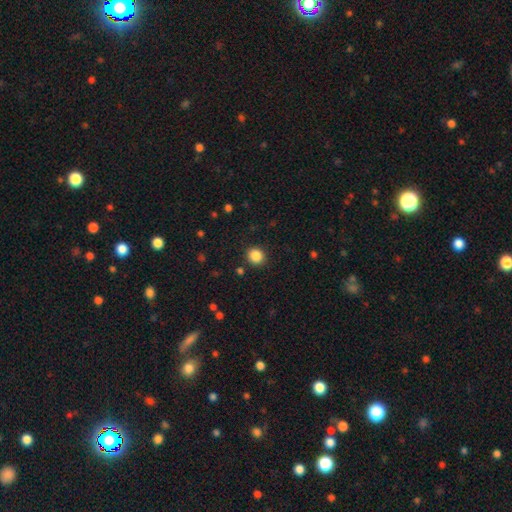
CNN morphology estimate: Q: Smooth or featured?
A: smooth (87%); runner-up: star or artifact (10%)
Q: How rounded?
A: round (86%); runner-up: in between (13%)
Q: Merging?
A: none (90%); runner-up: minor disturbance (6%)